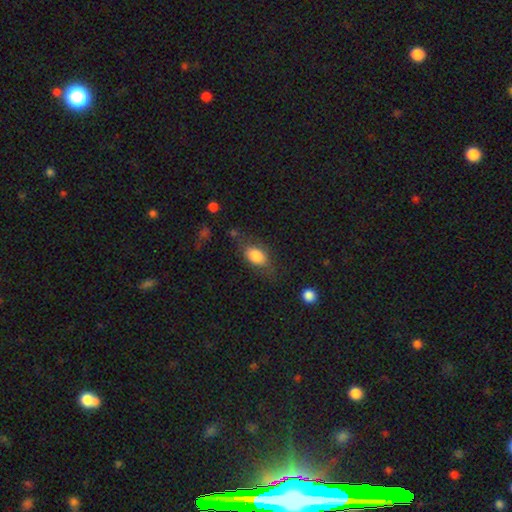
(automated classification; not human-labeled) The model was most divided on "merging": none: 61%, minor disturbance: 24%, major disturbance: 12%, merger: 3%. More confident: how rounded — in between (84%); smooth or featured — smooth (80%).